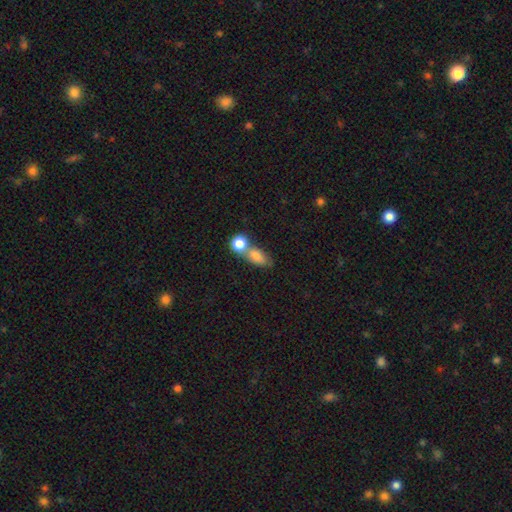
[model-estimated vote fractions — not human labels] smooth_or_featured: smooth (p=0.81) [alt: featured or disk p=0.11]
how_rounded: in between (p=0.69) [alt: round p=0.25]
merging: merger (p=0.59) [alt: none p=0.28]